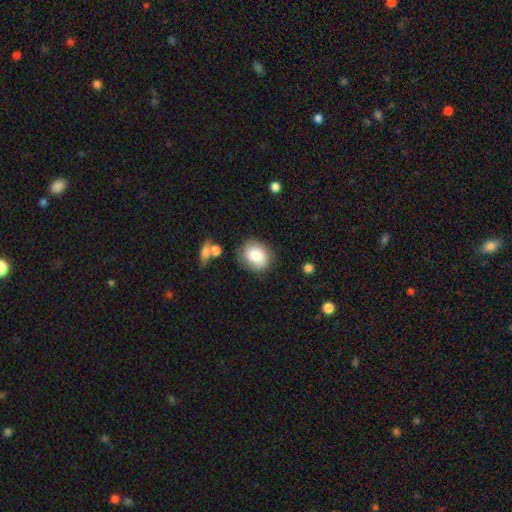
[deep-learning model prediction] A smooth galaxy with no disk features (80%) that is round (56%).

Vote fractions:
- Smooth or featured? smooth: 80% / featured or disk: 12% / star or artifact: 8%
- How rounded? round: 56% / in between: 43% / cigar-shaped: 1%
- Merging? none: 74% / minor disturbance: 17% / major disturbance: 5% / merger: 4%